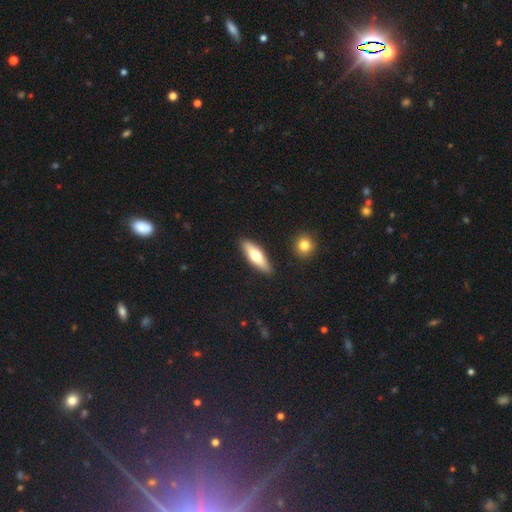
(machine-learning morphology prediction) The model was most divided on "how rounded": cigar-shaped: 57%, in between: 41%, round: 2%. More confident: merging — none (88%); smooth or featured — smooth (58%).